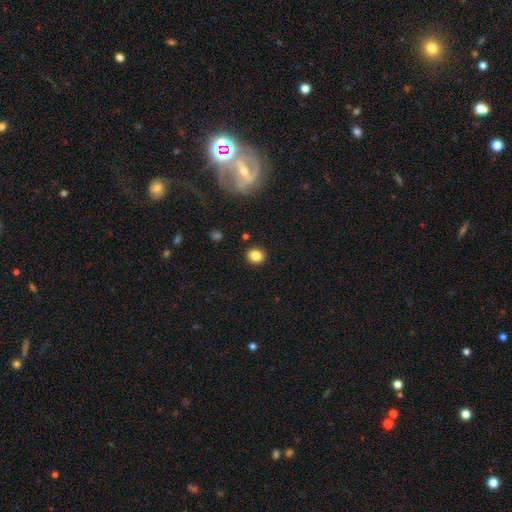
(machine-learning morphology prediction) A smooth galaxy with no disk features (83%) that is round (76%). Merging: none (90%).